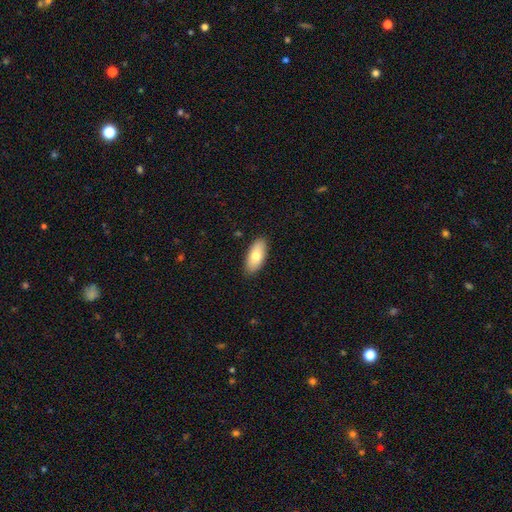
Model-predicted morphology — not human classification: The model was most divided on "smooth or featured": smooth: 74%, featured or disk: 20%, star or artifact: 6%. More confident: merging — none (88%); how rounded — in between (88%).